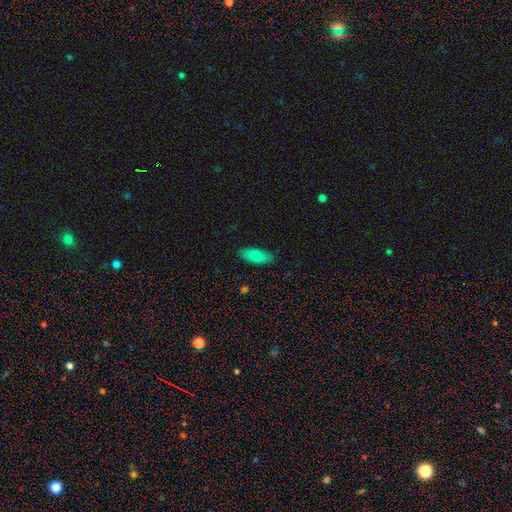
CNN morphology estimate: A smooth galaxy with no disk features (83%) that is in between round and cigar-shaped (85%).

Vote fractions:
- Smooth or featured? smooth: 83% / featured or disk: 10% / star or artifact: 7%
- How rounded? in between: 85% / cigar-shaped: 13% / round: 2%
- Merging? none: 85% / minor disturbance: 12% / major disturbance: 2% / merger: 1%